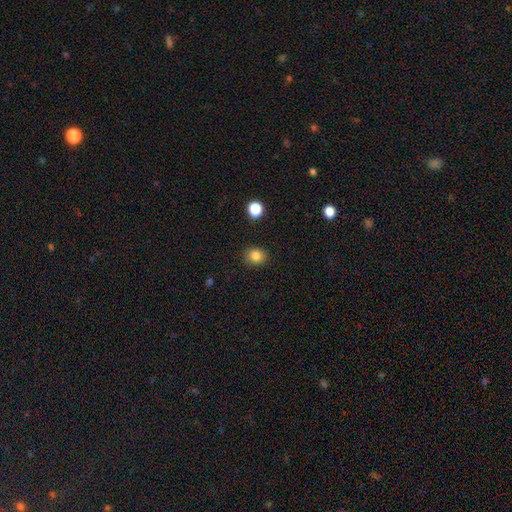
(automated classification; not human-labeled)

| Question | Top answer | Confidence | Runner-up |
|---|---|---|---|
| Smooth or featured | smooth | 83% | star or artifact (11%) |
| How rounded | round | 70% | in between (29%) |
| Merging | none | 88% | minor disturbance (8%) |